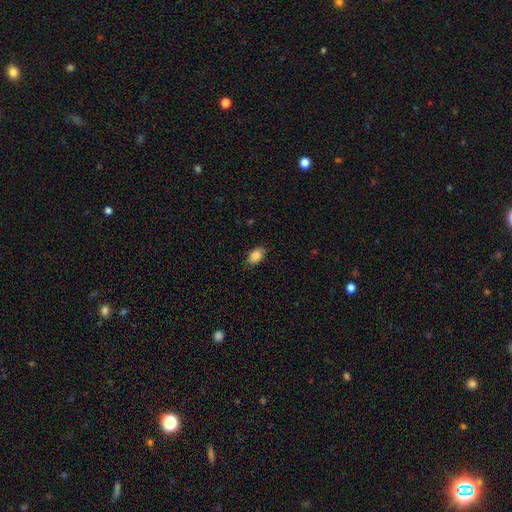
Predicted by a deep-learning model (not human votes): Smooth or featured: smooth — 87% (star or artifact — 8%)
How rounded: in between — 90% (round — 8%)
Merging: none — 86% (minor disturbance — 11%)